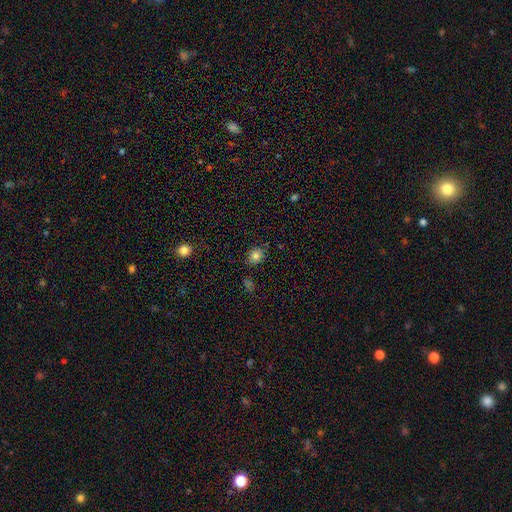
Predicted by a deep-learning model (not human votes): Smooth or featured: smooth — 80% (star or artifact — 13%)
How rounded: round — 68% (in between — 31%)
Merging: none — 81% (minor disturbance — 14%)